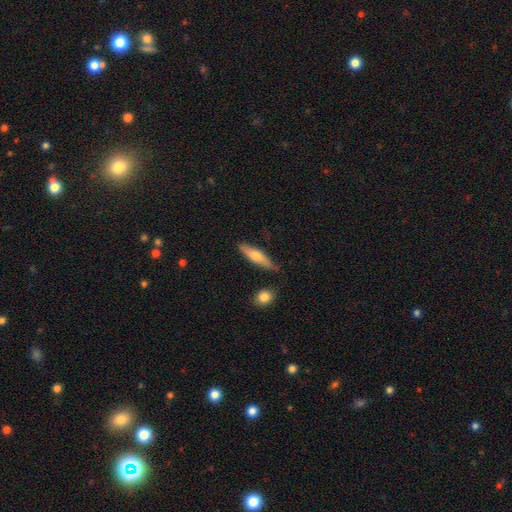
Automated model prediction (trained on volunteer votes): Smooth or featured? smooth (61%)
How rounded? cigar-shaped (72%)
Merging? none (79%)